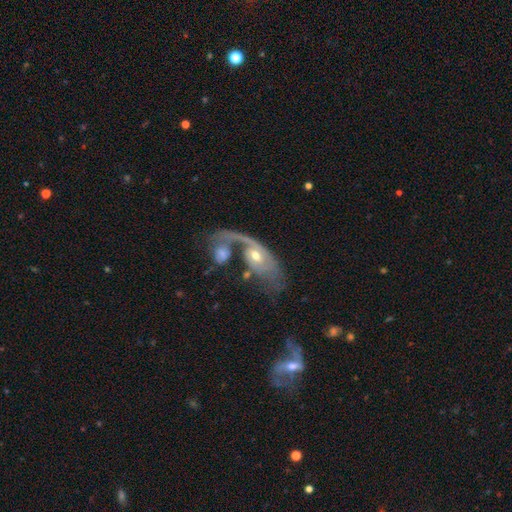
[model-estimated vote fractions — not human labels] This is likely a featured or disk galaxy (74%). It is clearly not viewed edge-on (92%). Bar: likely no (65%). Spiral arm pattern: likely yes (78%). Spiral arm count: likely 1 (64%). Spiral winding: possibly loose (49%). Central bulge: likely moderate (66%). Merging: marginally merger (45%).